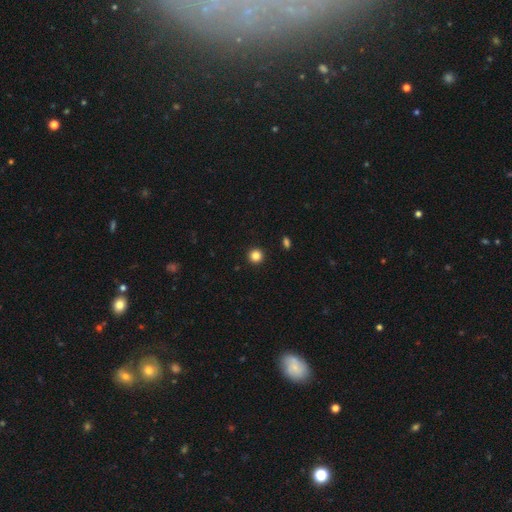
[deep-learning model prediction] Smooth or featured? Predicted: smooth (p=0.84). How rounded? Predicted: round (p=0.95). Merging? Predicted: none (p=0.93).